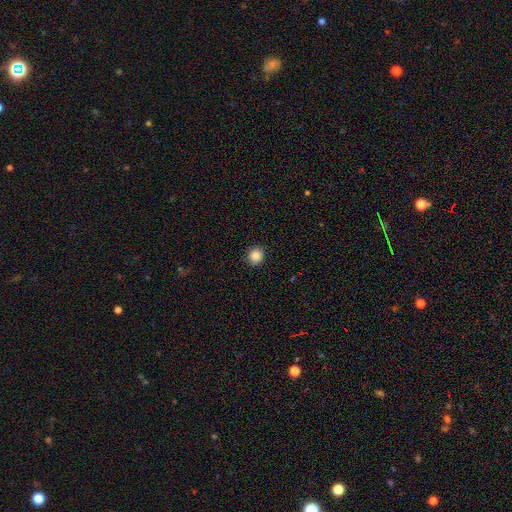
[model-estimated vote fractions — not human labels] Q: Smooth or featured?
A: smooth (86%); runner-up: star or artifact (10%)
Q: How rounded?
A: round (87%); runner-up: in between (12%)
Q: Merging?
A: none (92%); runner-up: minor disturbance (6%)